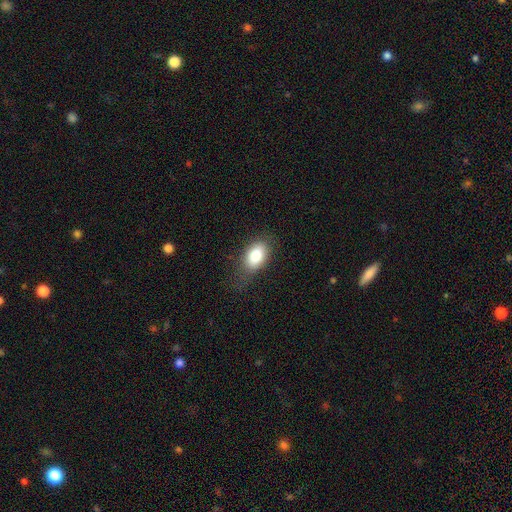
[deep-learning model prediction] smooth 82%, featured or disk 10%, star or artifact 8%. Down the decision tree: how rounded — in between (88%); merging — none (69%).